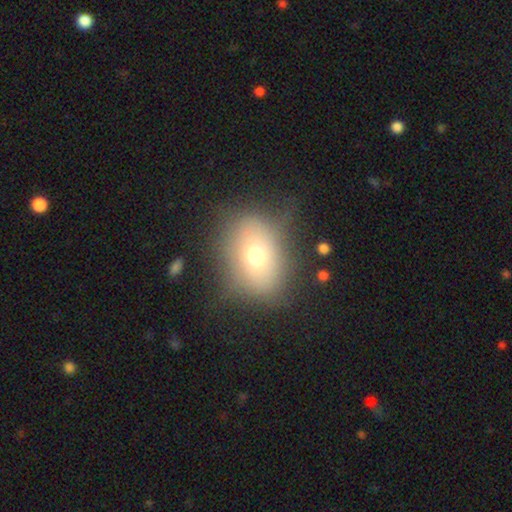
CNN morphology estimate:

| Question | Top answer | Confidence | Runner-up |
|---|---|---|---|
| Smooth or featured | smooth | 63% | featured or disk (24%) |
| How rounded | in between | 62% | round (36%) |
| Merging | none | 71% | minor disturbance (19%) |